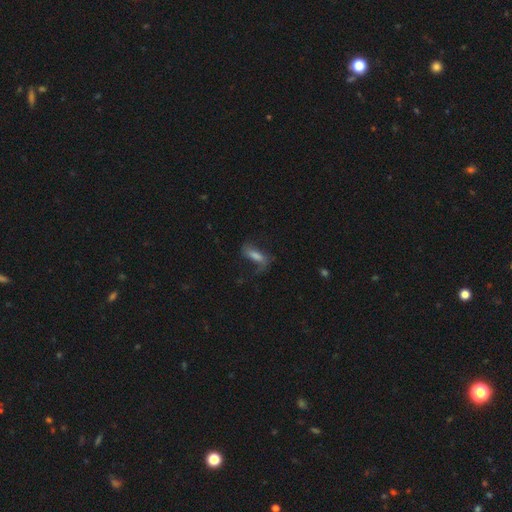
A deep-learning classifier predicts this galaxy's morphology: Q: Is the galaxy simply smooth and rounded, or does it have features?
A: smooth — 48%.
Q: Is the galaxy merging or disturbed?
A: none — 47%.